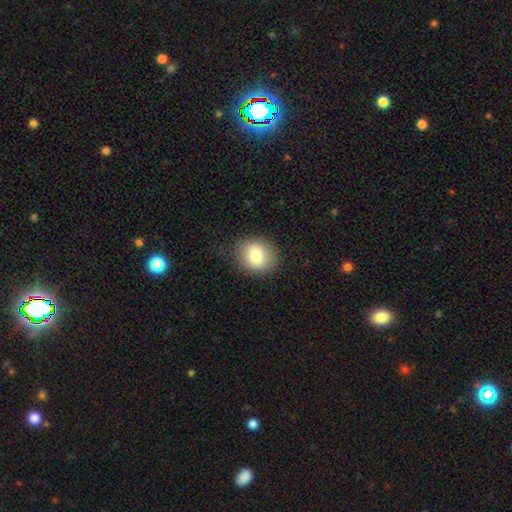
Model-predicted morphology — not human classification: A smooth galaxy with no disk features (82%) that is round (69%). Merging: none (85%).